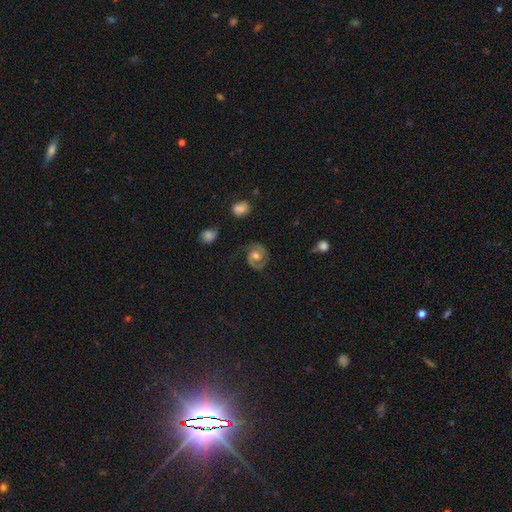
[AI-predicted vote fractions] Q: Smooth or featured?
A: featured or disk (70%); runner-up: smooth (22%)
Q: Edge-on disk?
A: no (97%); runner-up: yes (3%)
Q: Bar?
A: no (68%); runner-up: weak (26%)
Q: Spiral arms?
A: yes (90%); runner-up: no (10%)
Q: Spiral winding?
A: tight (47%); runner-up: medium (40%)
Q: Spiral arm count?
A: 2 (76%); runner-up: 1 (13%)
Q: Bulge size?
A: moderate (70%); runner-up: large (15%)
Q: Merging?
A: none (74%); runner-up: minor disturbance (16%)